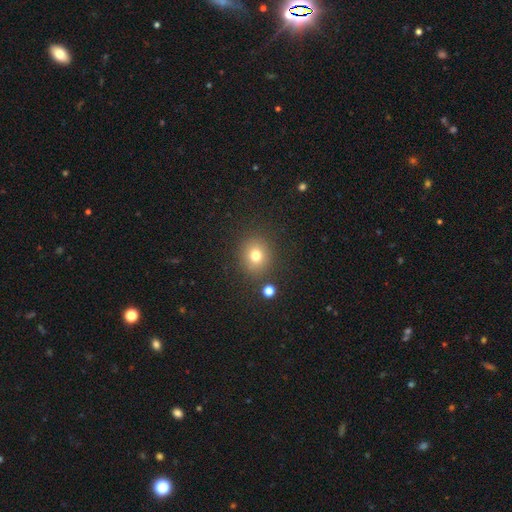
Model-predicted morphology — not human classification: type=smooth (75%); roundness=round (82%); merging=none (84%).